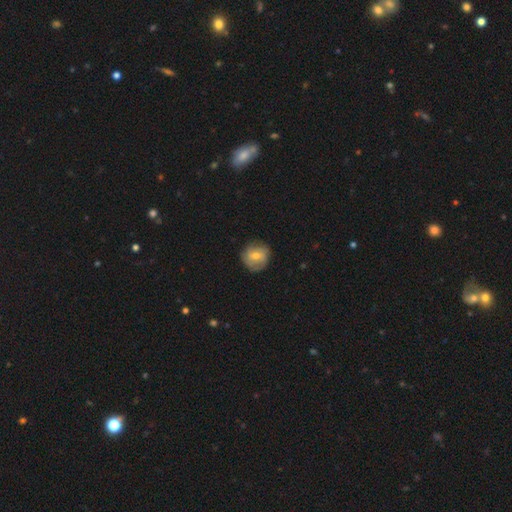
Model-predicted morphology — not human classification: Smooth or featured: smooth — 52% (featured or disk — 39%)
How rounded: round — 88% (in between — 11%)
Merging: none — 79% (minor disturbance — 16%)